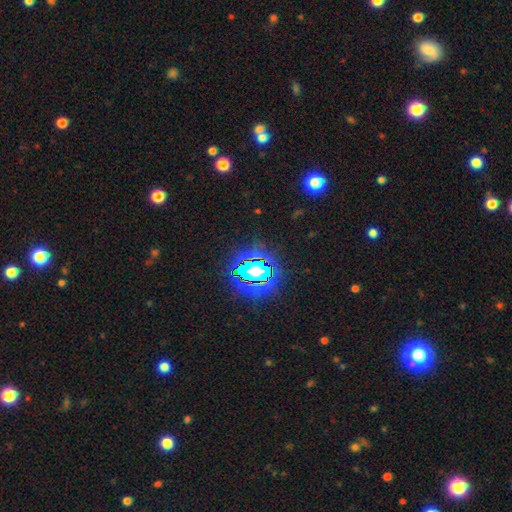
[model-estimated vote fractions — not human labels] Q: Smooth or featured?
A: star or artifact (82%); runner-up: smooth (11%)